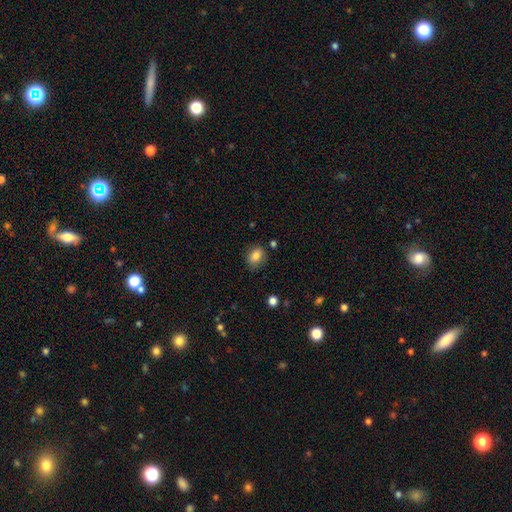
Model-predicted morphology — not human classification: Q: Smooth or featured?
A: smooth (83%); runner-up: star or artifact (9%)
Q: How rounded?
A: in between (65%); runner-up: round (34%)
Q: Merging?
A: none (81%); runner-up: minor disturbance (13%)